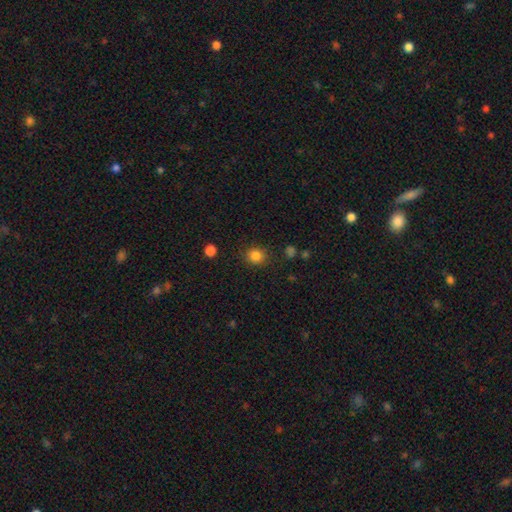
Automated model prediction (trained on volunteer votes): A smooth galaxy with no disk features (84%) that is round (82%).

Vote fractions:
- Smooth or featured? smooth: 84% / star or artifact: 11% / featured or disk: 4%
- How rounded? round: 82% / in between: 17% / cigar-shaped: 1%
- Merging? none: 87% / minor disturbance: 8% / major disturbance: 3% / merger: 2%